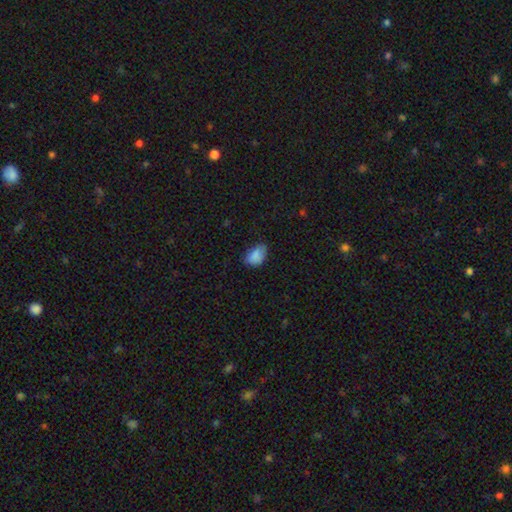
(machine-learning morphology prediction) smooth_or_featured: smooth (p=0.86) [alt: star or artifact p=0.08]
how_rounded: in between (p=0.86) [alt: round p=0.13]
merging: none (p=0.65) [alt: minor disturbance p=0.28]